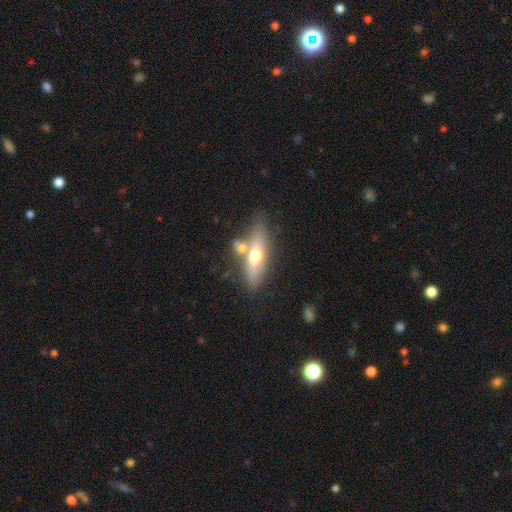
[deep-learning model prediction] This appears to be a smooth galaxy with no disk features (50%) that is cigar-shaped (50%). Merging: none (59%).